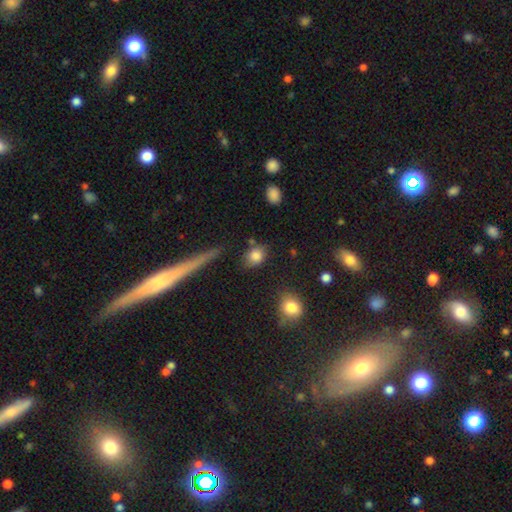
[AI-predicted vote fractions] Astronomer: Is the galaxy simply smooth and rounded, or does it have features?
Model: smooth — 82%.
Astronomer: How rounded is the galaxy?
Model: in between — 58% (runner-up: round, 39%).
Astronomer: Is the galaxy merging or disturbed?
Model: none — 72%.